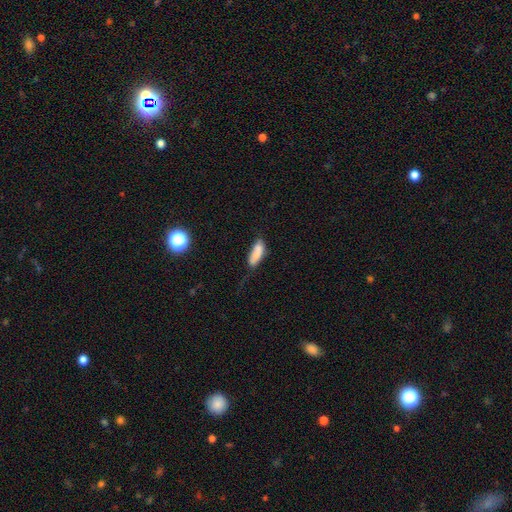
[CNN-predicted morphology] Smooth or featured? Predicted: smooth (p=0.78). How rounded? Predicted: in between (p=0.69). Merging? Predicted: none (p=0.50).